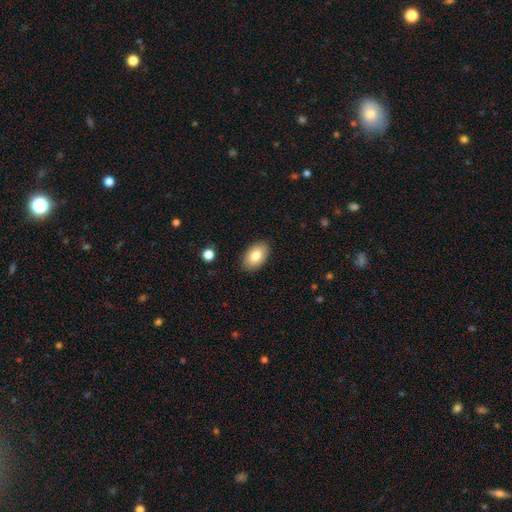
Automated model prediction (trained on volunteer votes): Q: Smooth or featured?
A: smooth (80%); runner-up: featured or disk (13%)
Q: How rounded?
A: in between (91%); runner-up: round (8%)
Q: Merging?
A: none (88%); runner-up: minor disturbance (9%)